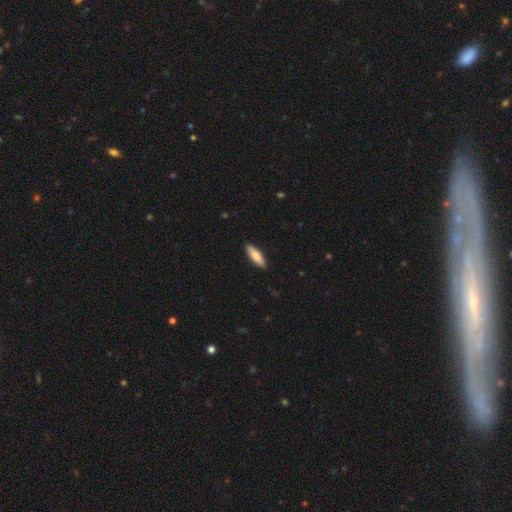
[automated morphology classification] type=smooth (77%); roundness=cigar-shaped (56%); merging=none (90%).